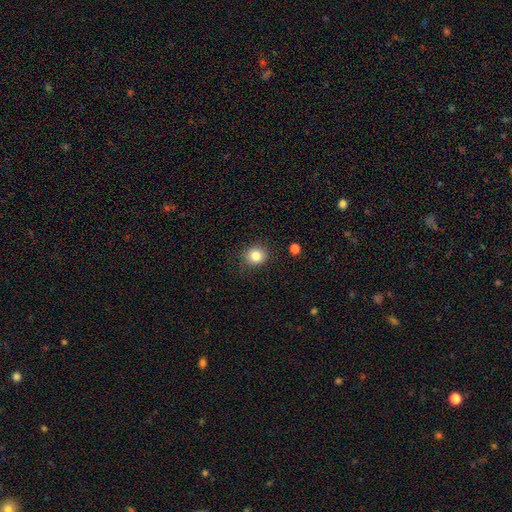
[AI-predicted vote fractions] smooth_or_featured: smooth (p=0.83) [alt: star or artifact p=0.11]
how_rounded: round (p=0.86) [alt: in between p=0.13]
merging: none (p=0.86) [alt: minor disturbance p=0.09]